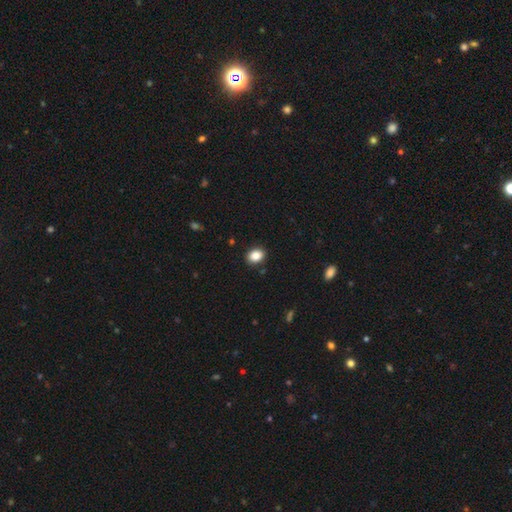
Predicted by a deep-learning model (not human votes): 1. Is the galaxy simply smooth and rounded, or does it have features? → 86% smooth, 9% star or artifact, 5% featured or disk.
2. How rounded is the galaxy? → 59% in between, 40% round, 1% cigar-shaped.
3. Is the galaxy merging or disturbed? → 90% none, 7% minor disturbance, 2% major disturbance, 1% merger.